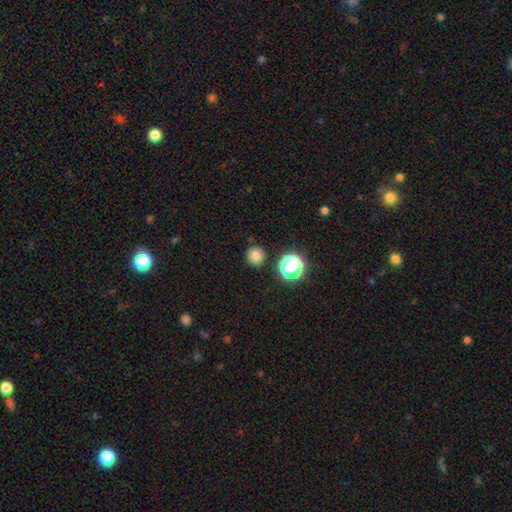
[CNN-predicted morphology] type=smooth (79%); roundness=round (95%); merging=none (89%).